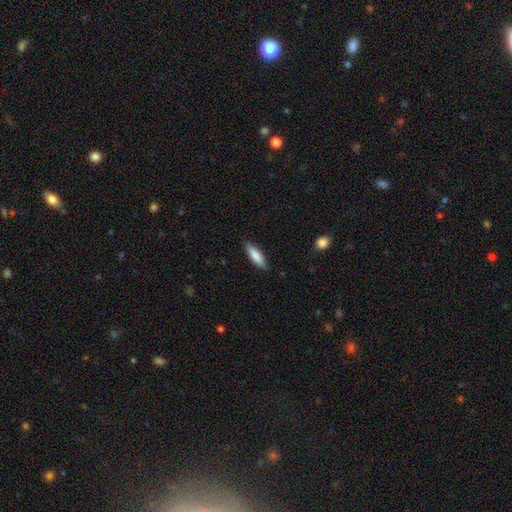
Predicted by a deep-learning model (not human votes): A smooth galaxy with no disk features (82%) that is cigar-shaped (56%).

Vote fractions:
- Smooth or featured? smooth: 82% / featured or disk: 12% / star or artifact: 6%
- How rounded? cigar-shaped: 56% / in between: 42% / round: 1%
- Merging? none: 87% / minor disturbance: 10% / major disturbance: 2% / merger: 1%